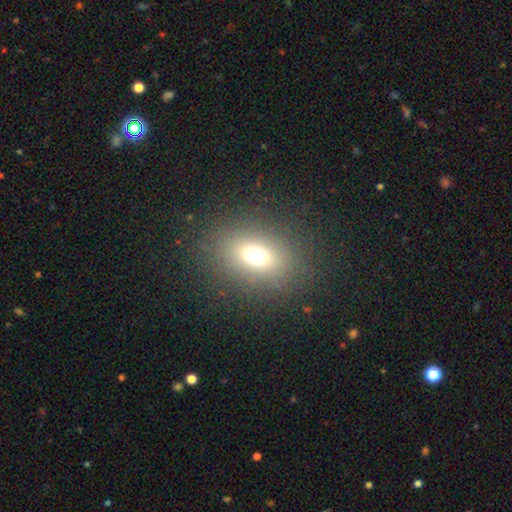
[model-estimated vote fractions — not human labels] Overall: smooth (68%). How rounded: in between (64%; round 34%). Merging: none (84%).